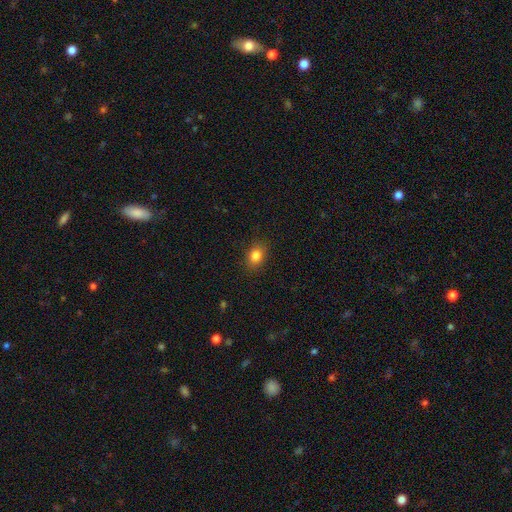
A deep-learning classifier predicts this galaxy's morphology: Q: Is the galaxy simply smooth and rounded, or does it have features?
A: smooth — 84%.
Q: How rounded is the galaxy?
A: in between — 69%.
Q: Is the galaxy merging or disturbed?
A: none — 88%.